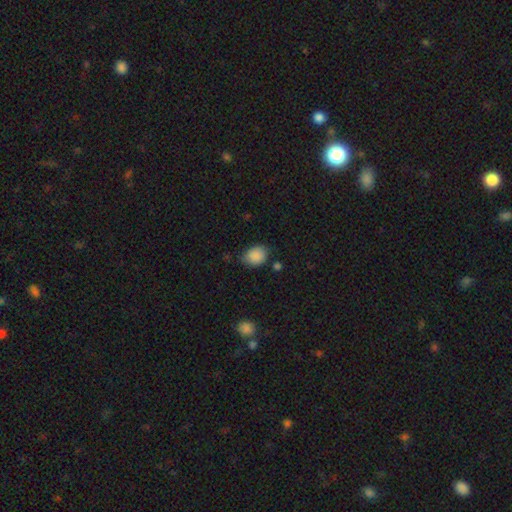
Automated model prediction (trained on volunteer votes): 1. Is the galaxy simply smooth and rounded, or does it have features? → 87% smooth, 8% star or artifact, 5% featured or disk.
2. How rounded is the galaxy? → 51% in between, 48% round, 1% cigar-shaped.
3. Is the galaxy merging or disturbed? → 64% none, 27% minor disturbance, 6% major disturbance, 3% merger.